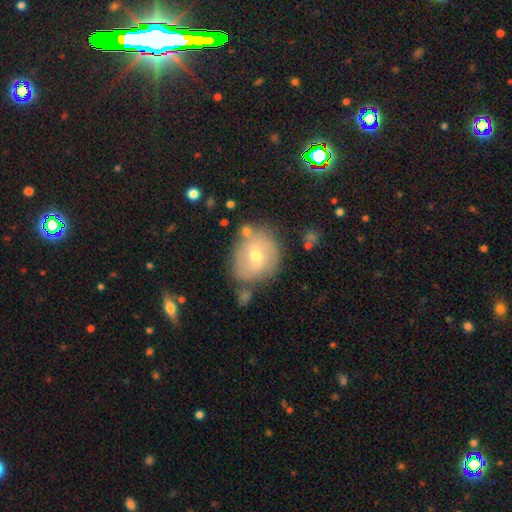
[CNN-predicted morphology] A smooth galaxy with no disk features (49%). Merging: none (70%).